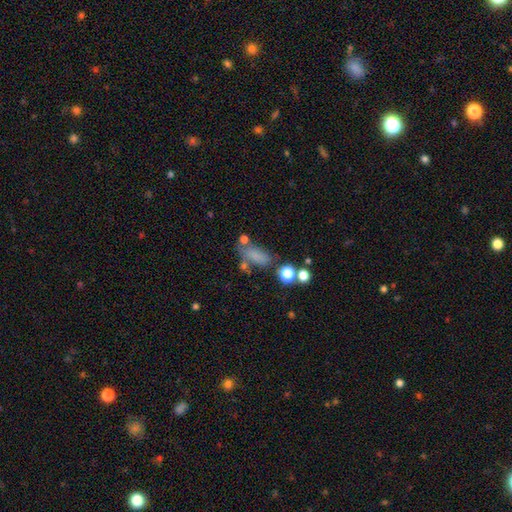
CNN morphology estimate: smooth-or-featured: smooth: 70% | star or artifact: 15% | featured or disk: 14%
  how-rounded: in between: 75% | cigar-shaped: 17% | round: 9%
  merging: none: 47% | minor disturbance: 20% | merger: 18% | major disturbance: 15%